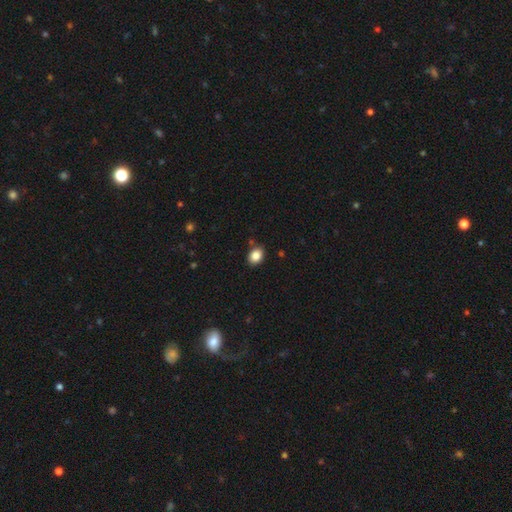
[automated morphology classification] smooth 86%, star or artifact 9%, featured or disk 5%. Down the decision tree: how rounded — in between (65%); merging — none (85%).